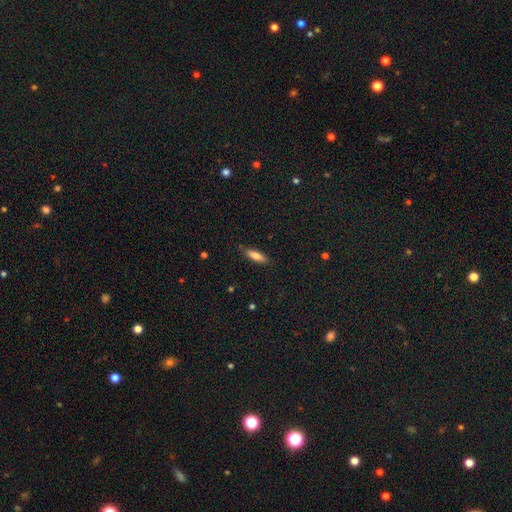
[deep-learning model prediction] This appears to be a smooth galaxy with no disk features (79%) that is cigar-shaped (56%). Merging: none (83%).